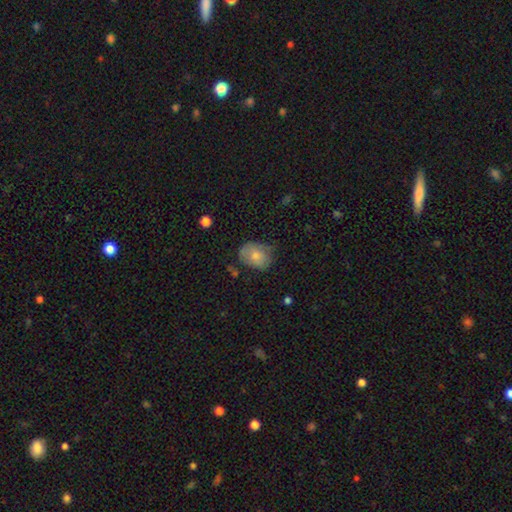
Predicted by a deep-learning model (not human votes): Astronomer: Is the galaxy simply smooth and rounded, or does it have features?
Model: smooth — 74%.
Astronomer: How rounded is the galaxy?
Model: in between — 63%.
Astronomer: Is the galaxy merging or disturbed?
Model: none — 58%.